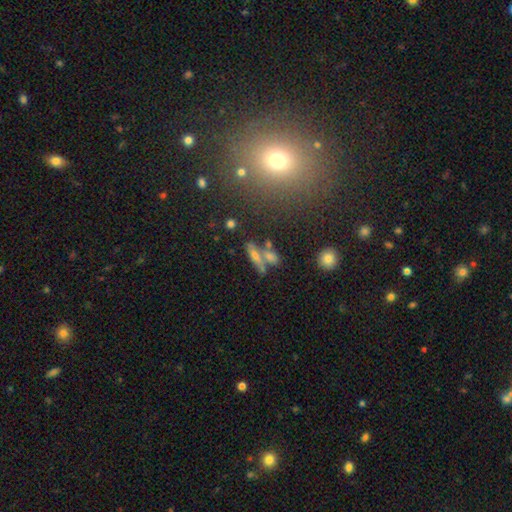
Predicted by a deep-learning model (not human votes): smooth 45%, featured or disk 39%, star or artifact 17%. Down the decision tree: merging — none (52%).